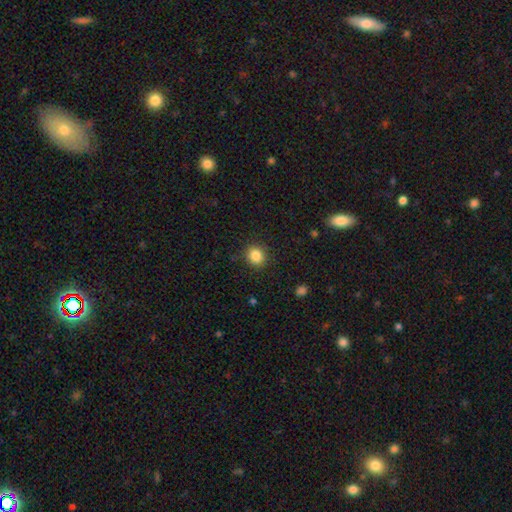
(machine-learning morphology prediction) Q: Smooth or featured?
A: smooth (85%); runner-up: star or artifact (11%)
Q: How rounded?
A: round (80%); runner-up: in between (19%)
Q: Merging?
A: none (88%); runner-up: minor disturbance (9%)